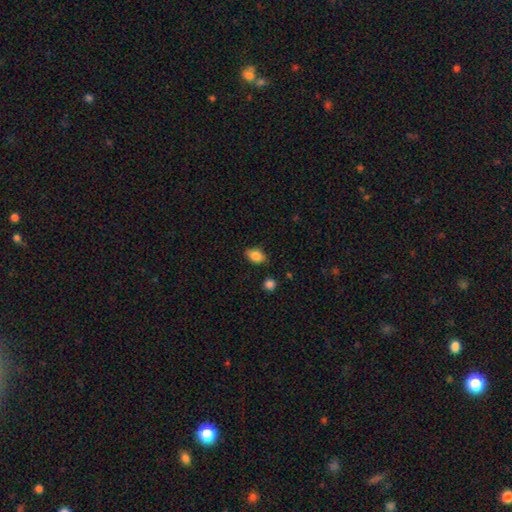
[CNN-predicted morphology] A smooth galaxy with no disk features (86%) that is in between round and cigar-shaped (85%). Merging: none (81%).